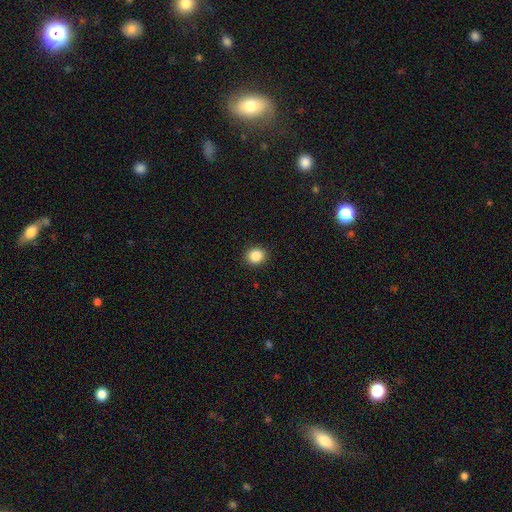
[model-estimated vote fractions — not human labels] Q: Smooth or featured?
A: smooth (87%); runner-up: star or artifact (10%)
Q: How rounded?
A: round (77%); runner-up: in between (22%)
Q: Merging?
A: none (92%); runner-up: minor disturbance (6%)